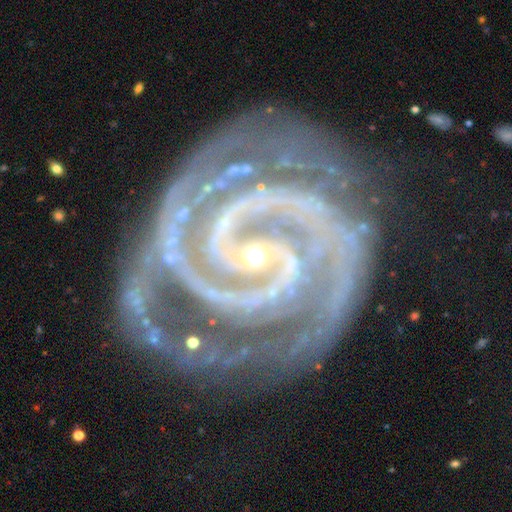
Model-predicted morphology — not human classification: Smooth or featured?
  - featured or disk: 94% *
  - star or artifact: 4%
  - smooth: 2%
Edge-on disk?
  - no: 98% *
  - yes: 2%
Bar?
  - strong: 39% *
  - weak: 33%
  - no: 29%
Spiral arms?
  - yes: 99% *
  - no: 1%
Spiral winding?
  - tight: 69% *
  - medium: 27%
  - loose: 3%
Spiral arm count?
  - 2: 55% *
  - 3: 20%
  - 4: 8%
  - can't tell: 6%
  - more than 4: 5%
  - 1: 5%
Bulge size?
  - small: 75% *
  - moderate: 21%
  - none: 1%
  - large: 1%
  - dominant: 1%
Merging?
  - none: 69% *
  - minor disturbance: 18%
  - major disturbance: 9%
  - merger: 3%